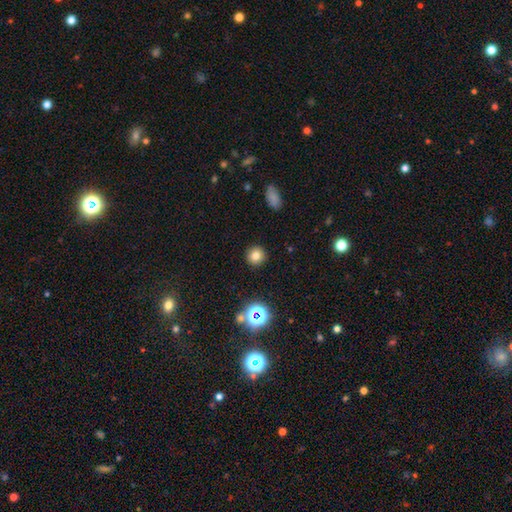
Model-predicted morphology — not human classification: smooth_or_featured: smooth (p=0.78) [alt: star or artifact p=0.15]
how_rounded: round (p=0.93) [alt: in between p=0.06]
merging: none (p=0.91) [alt: minor disturbance p=0.05]